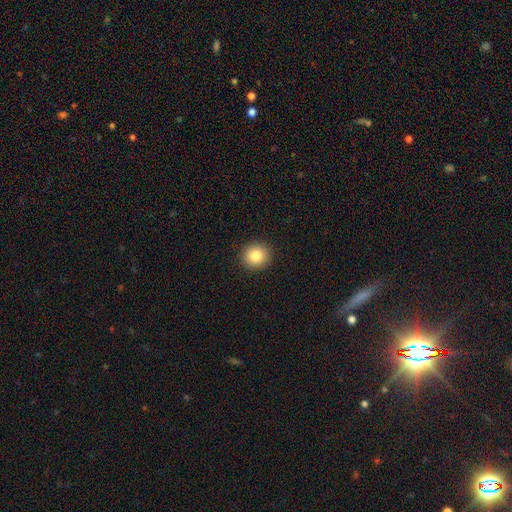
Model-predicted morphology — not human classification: A smooth galaxy with no disk features (84%) that is round (90%). Merging: none (92%).